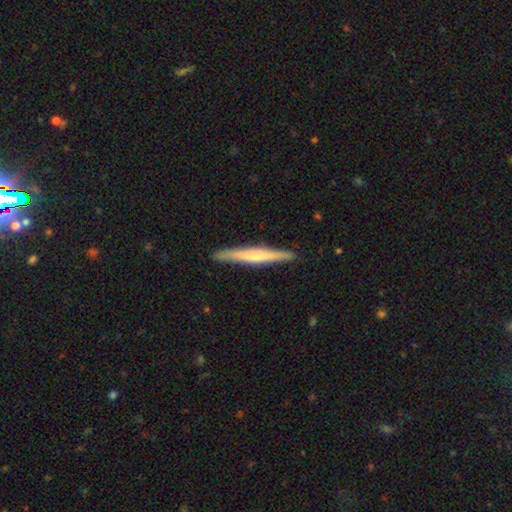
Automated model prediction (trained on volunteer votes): Smooth or featured: featured or disk — 49% (smooth — 46%)
Merging: none — 90% (minor disturbance — 7%)